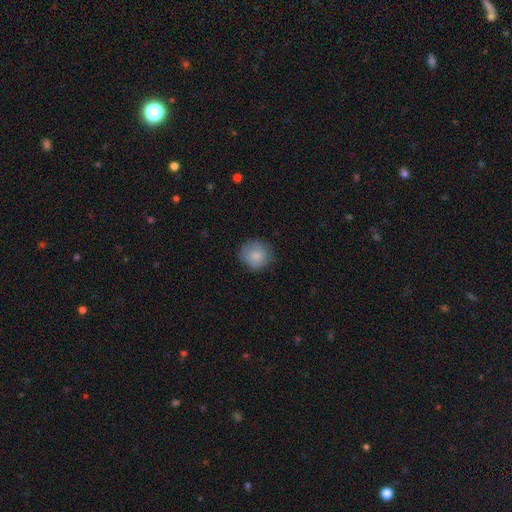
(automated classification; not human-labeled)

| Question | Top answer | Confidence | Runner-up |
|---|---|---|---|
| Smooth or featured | smooth | 82% | featured or disk (11%) |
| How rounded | round | 90% | in between (9%) |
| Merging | none | 79% | minor disturbance (16%) |